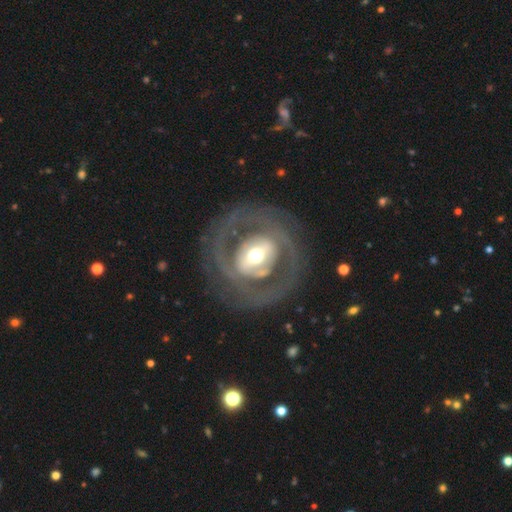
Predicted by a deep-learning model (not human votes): featured or disk 75%, smooth 19%, star or artifact 6%. Down the decision tree: edge-on disk — no (94%); bar — strong (40%); spiral arms — no (55%); bulge size — moderate (60%); merging — none (74%).